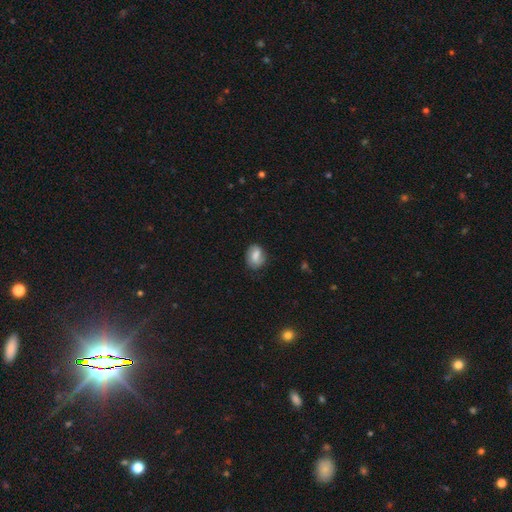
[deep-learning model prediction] A smooth galaxy with no disk features (70%) that is in between round and cigar-shaped (64%). Merging: none (68%).